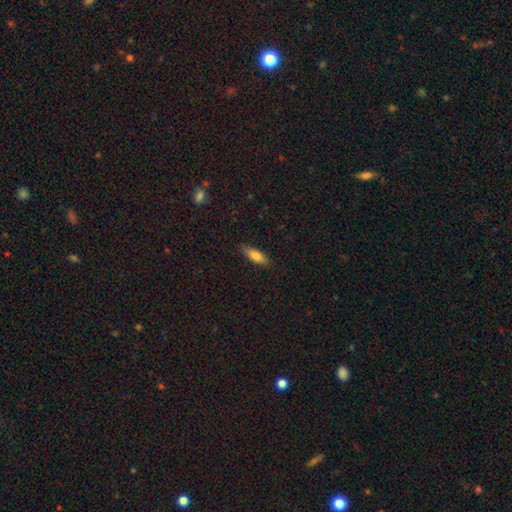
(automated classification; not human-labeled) Smooth or featured: smooth — 76% (featured or disk — 17%)
How rounded: in between — 63% (cigar-shaped — 35%)
Merging: none — 84% (minor disturbance — 13%)